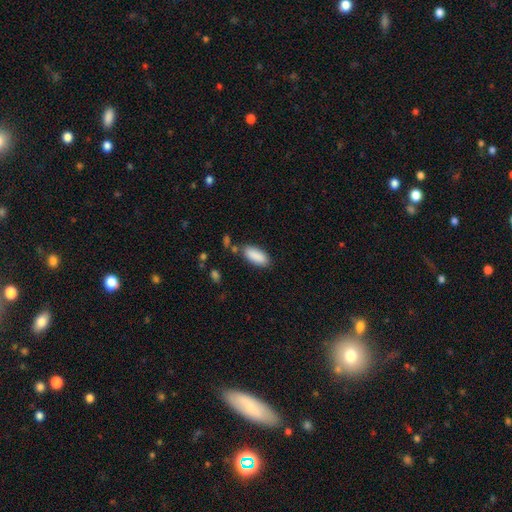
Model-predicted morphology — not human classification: This appears to be a smooth galaxy with no disk features (89%) that is in between round and cigar-shaped (83%). Merging: none (79%).